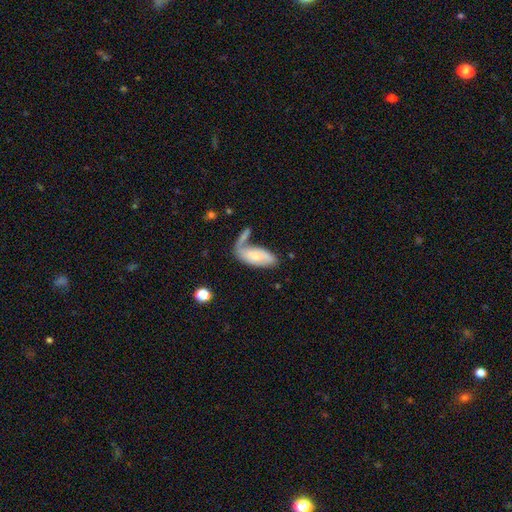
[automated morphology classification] Smooth or featured? smooth (58%)
How rounded? in between (85%)
Merging? none (36%)